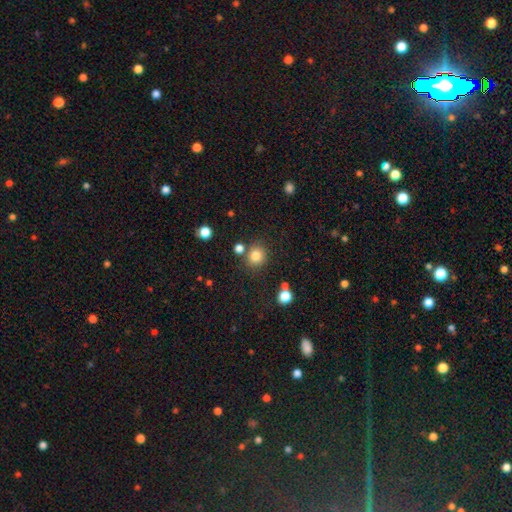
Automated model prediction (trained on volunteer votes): Smooth or featured: smooth — 81% (star or artifact — 13%)
How rounded: round — 88% (in between — 12%)
Merging: none — 79% (minor disturbance — 9%)